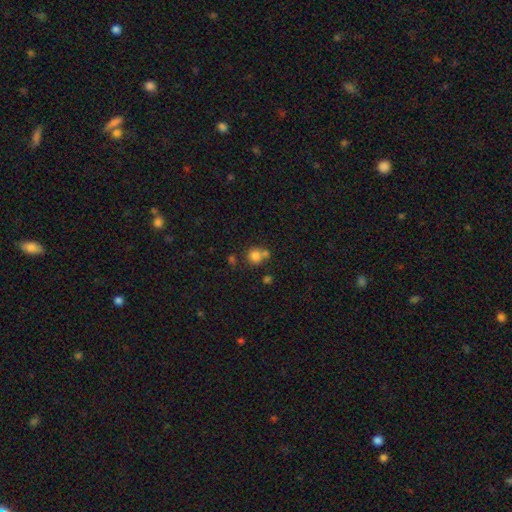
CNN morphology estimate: Smooth or featured?
  - smooth: 78% *
  - star or artifact: 13%
  - featured or disk: 9%
How rounded?
  - round: 84% *
  - in between: 15%
  - cigar-shaped: 1%
Merging?
  - none: 51% *
  - merger: 34%
  - minor disturbance: 10%
  - major disturbance: 4%